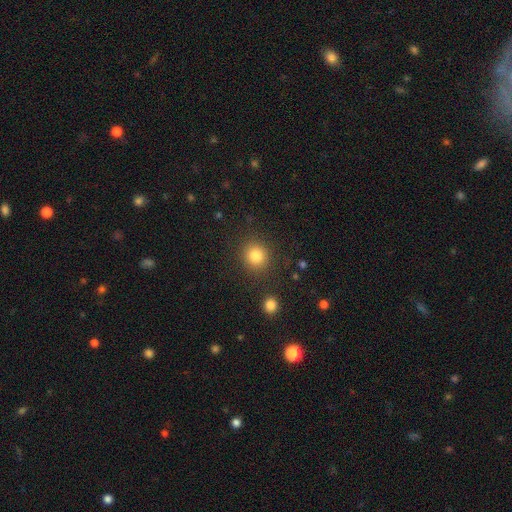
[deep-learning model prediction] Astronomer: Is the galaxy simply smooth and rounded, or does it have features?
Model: smooth — 83%.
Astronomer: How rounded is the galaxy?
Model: round — 86%.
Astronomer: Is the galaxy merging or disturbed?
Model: none — 86%.